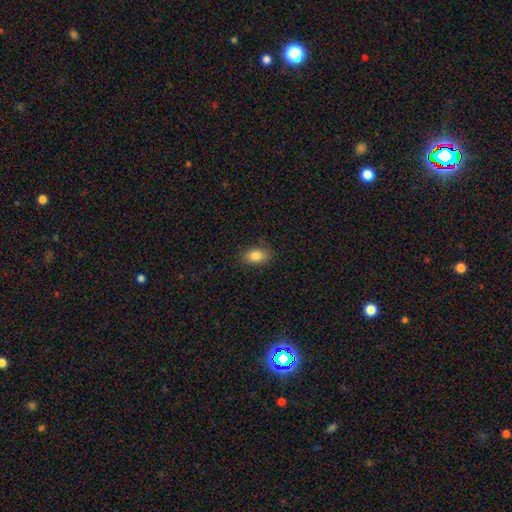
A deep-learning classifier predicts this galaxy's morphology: The model was most divided on "merging": none: 84%, minor disturbance: 12%, major disturbance: 3%, merger: 1%. More confident: how rounded — in between (86%); smooth or featured — smooth (84%).